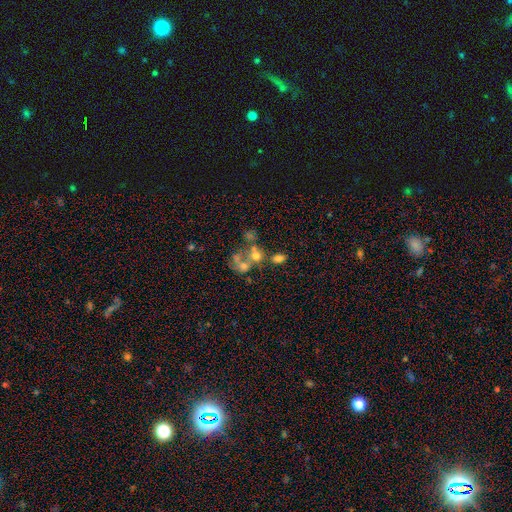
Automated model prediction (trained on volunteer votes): Morphology: type=smooth (53%); roundness=round (56%); merging=merger (50%).